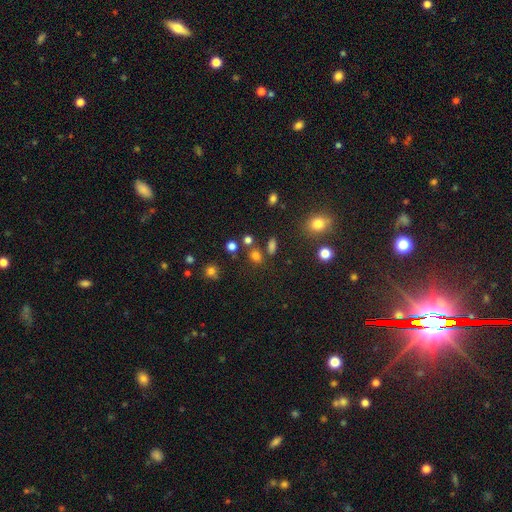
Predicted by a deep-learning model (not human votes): This appears to be a smooth galaxy with no disk features (73%) that is in between round and cigar-shaped (58%). Merging: none (69%).